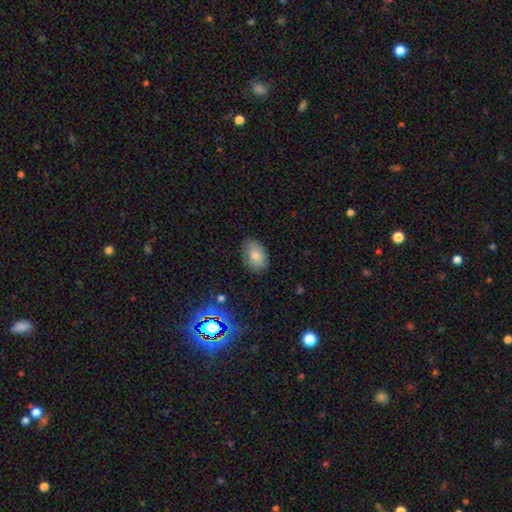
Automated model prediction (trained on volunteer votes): The model was most divided on "merging": none: 79%, minor disturbance: 16%, major disturbance: 3%, merger: 1%. More confident: how rounded — in between (89%); smooth or featured — smooth (80%).